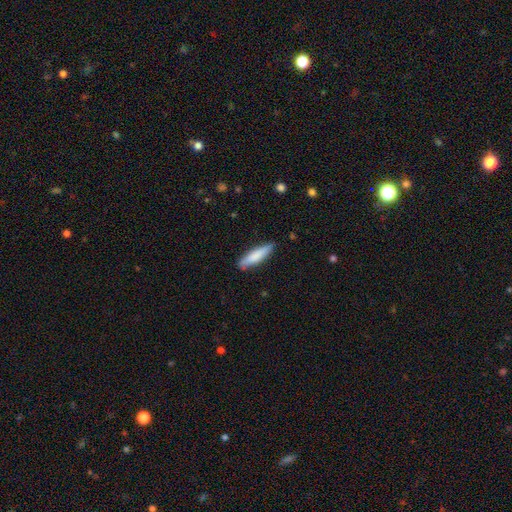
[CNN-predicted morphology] Q: Smooth or featured?
A: smooth (78%); runner-up: featured or disk (17%)
Q: How rounded?
A: cigar-shaped (75%); runner-up: in between (24%)
Q: Merging?
A: none (82%); runner-up: minor disturbance (15%)